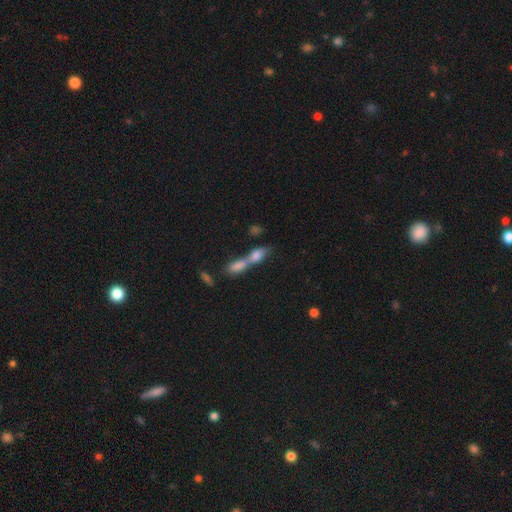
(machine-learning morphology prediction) smooth-or-featured: smooth: 67% | featured or disk: 21% | star or artifact: 11%
  how-rounded: in between: 62% | cigar-shaped: 28% | round: 10%
  merging: merger: 72% | none: 18% | minor disturbance: 6% | major disturbance: 4%